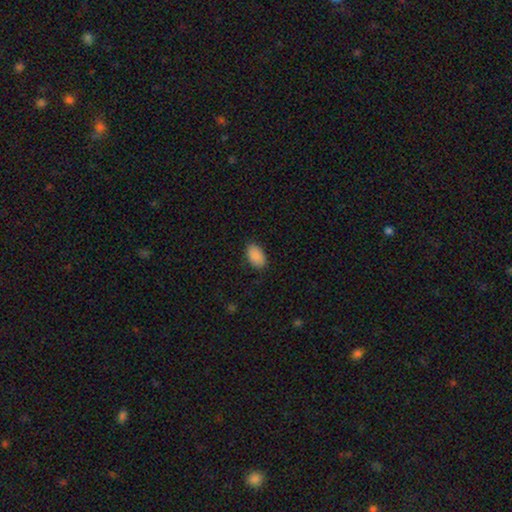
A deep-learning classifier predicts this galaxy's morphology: Overall: smooth (89%). How rounded: in between (93%). Merging: none (85%).